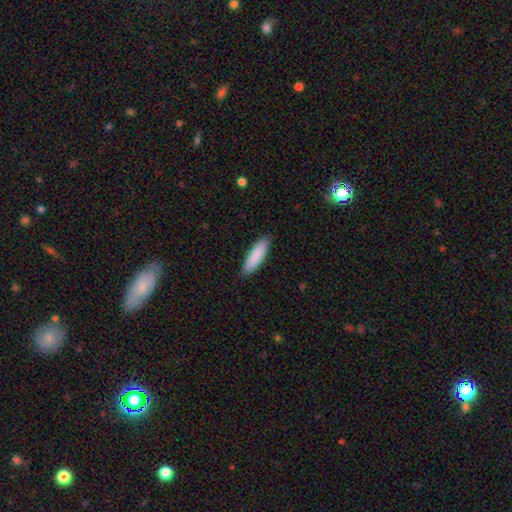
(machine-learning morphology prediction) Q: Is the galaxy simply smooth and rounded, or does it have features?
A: smooth — 89%.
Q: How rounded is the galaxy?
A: cigar-shaped — 58%.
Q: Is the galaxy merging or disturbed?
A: none — 88%.